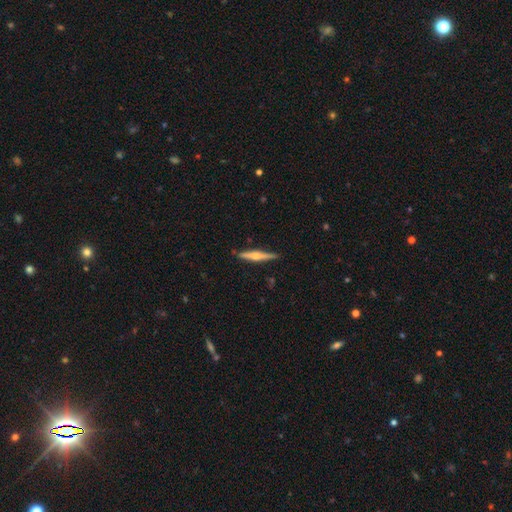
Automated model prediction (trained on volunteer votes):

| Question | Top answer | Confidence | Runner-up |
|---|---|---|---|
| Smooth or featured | featured or disk | 66% | smooth (29%) |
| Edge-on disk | yes | 98% | no (2%) |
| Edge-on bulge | rounded | 88% | none (6%) |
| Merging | none | 88% | minor disturbance (9%) |